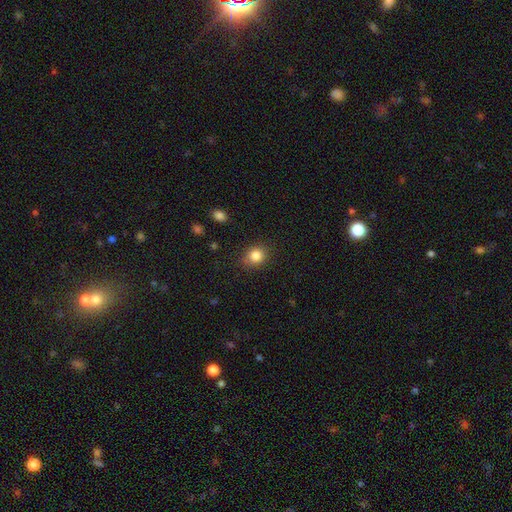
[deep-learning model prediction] This appears to be a smooth galaxy with no disk features (84%) that is round (73%). Merging: none (84%).